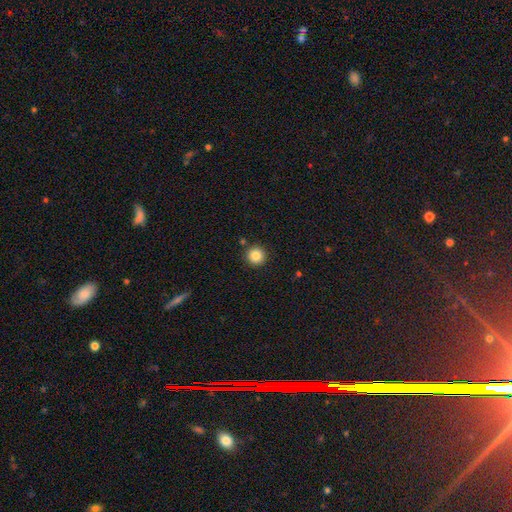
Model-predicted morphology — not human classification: Smooth or featured: smooth — 85% (star or artifact — 11%)
How rounded: round — 96% (in between — 3%)
Merging: none — 89% (minor disturbance — 6%)